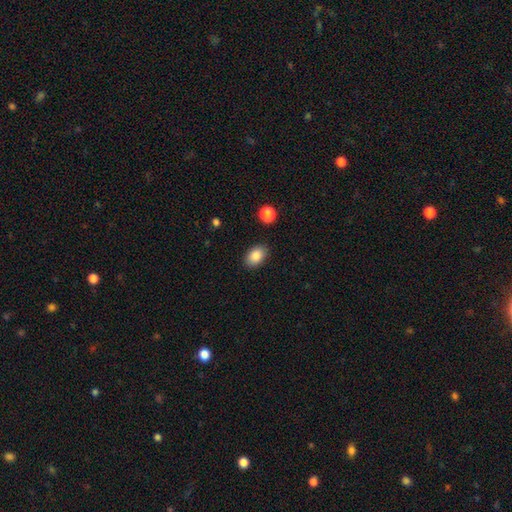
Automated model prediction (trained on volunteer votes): smooth-or-featured: smooth: 86% | star or artifact: 8% | featured or disk: 6%
  how-rounded: in between: 85% | round: 13% | cigar-shaped: 1%
  merging: none: 87% | minor disturbance: 9% | major disturbance: 2% | merger: 2%